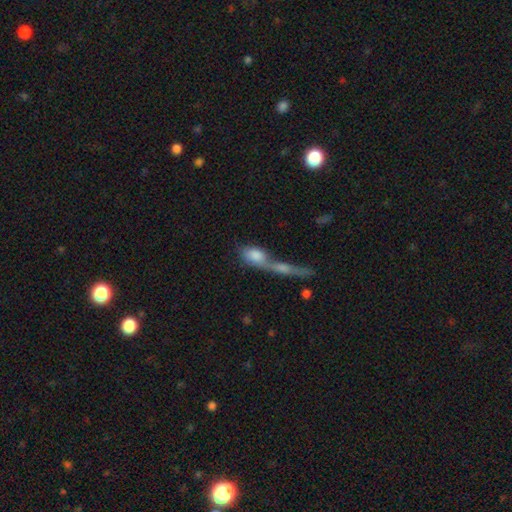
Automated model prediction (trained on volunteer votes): This is likely a smooth galaxy (66%). How rounded: likely in between (65%). Merging: likely merger (69%).